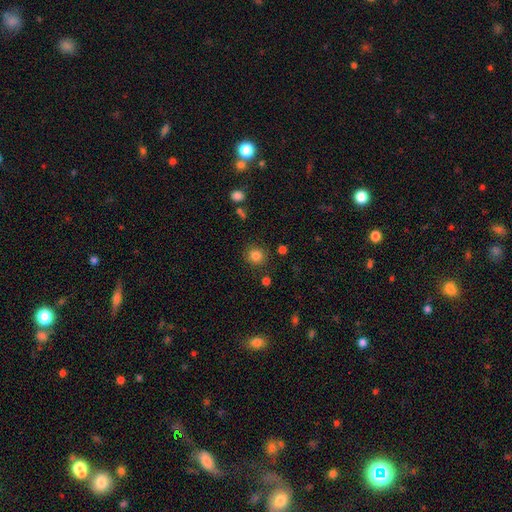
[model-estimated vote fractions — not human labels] A smooth galaxy with no disk features (83%) that is round (88%). Merging: none (86%).